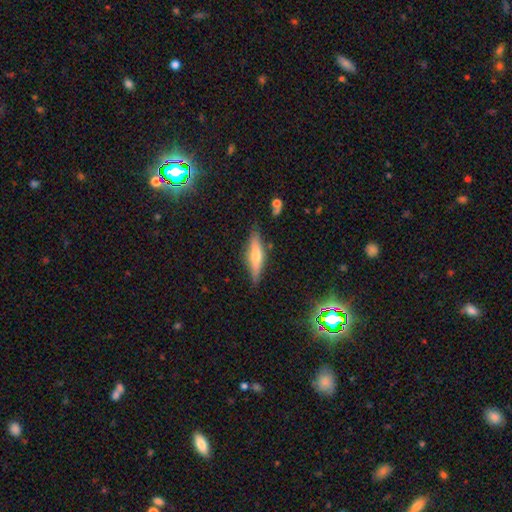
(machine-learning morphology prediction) A featured or disk galaxy (50%). Merging: none (83%).